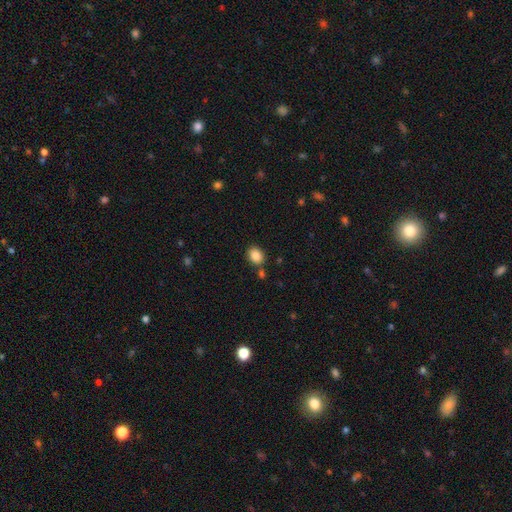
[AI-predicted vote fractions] Smooth or featured?
  - smooth: 87% *
  - star or artifact: 9%
  - featured or disk: 4%
How rounded?
  - in between: 60% *
  - round: 39%
  - cigar-shaped: 1%
Merging?
  - none: 76% *
  - minor disturbance: 12%
  - merger: 9%
  - major disturbance: 3%